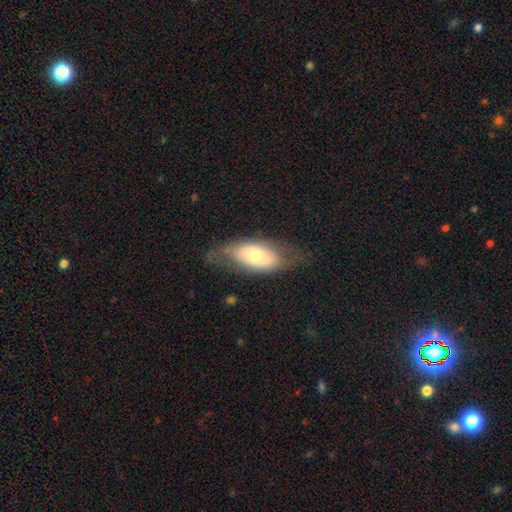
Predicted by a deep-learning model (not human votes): Overall: smooth (52%; featured or disk 41%). How rounded: in between (88%). Merging: none (58%; minor disturbance 25%).